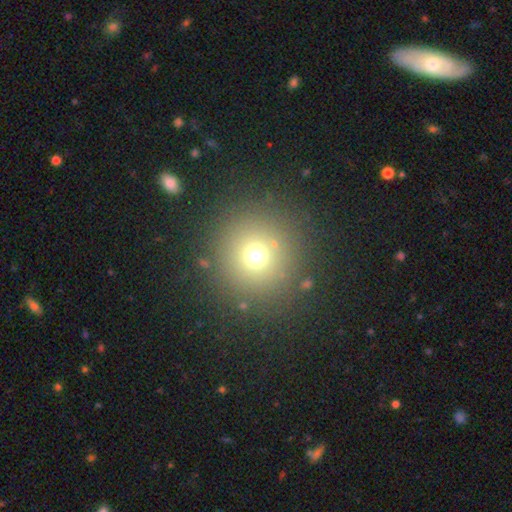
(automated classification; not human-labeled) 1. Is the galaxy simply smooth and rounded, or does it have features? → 68% smooth, 21% star or artifact, 10% featured or disk.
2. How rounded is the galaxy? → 94% round, 5% in between, 1% cigar-shaped.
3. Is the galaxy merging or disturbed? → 86% none, 7% minor disturbance, 4% major disturbance, 3% merger.